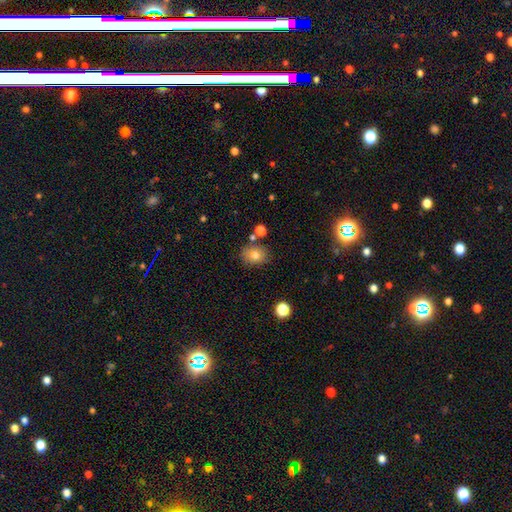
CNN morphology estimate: This is likely a smooth galaxy (77%). How rounded: possibly round (50%). Merging: likely none (75%).